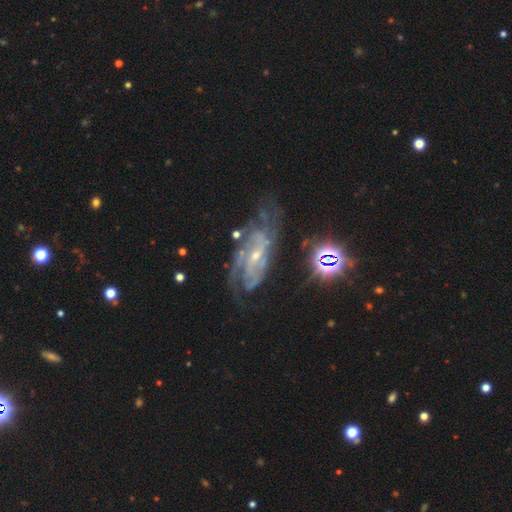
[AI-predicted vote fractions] A featured or disk galaxy (83%) with a weak bar (43%), tight (49%) spiral arms (92%) and a small central bulge (70%).

Vote fractions:
- Smooth or featured? featured or disk: 83% / star or artifact: 10% / smooth: 7%
- Edge-on disk? no: 93% / yes: 7%
- Bar? weak: 43% / no: 39% / strong: 18%
- Spiral arms? yes: 92% / no: 8%
- Spiral winding? tight: 49% / medium: 39% / loose: 13%
- Spiral arm count? can't tell: 38% / 2: 32% / 3: 14% / 4: 7% / 1: 5% / more than 4: 4%
- Bulge size? small: 70% / moderate: 25% / none: 3% / large: 1% / dominant: 1%
- Merging? none: 57% / minor disturbance: 23% / major disturbance: 16% / merger: 4%